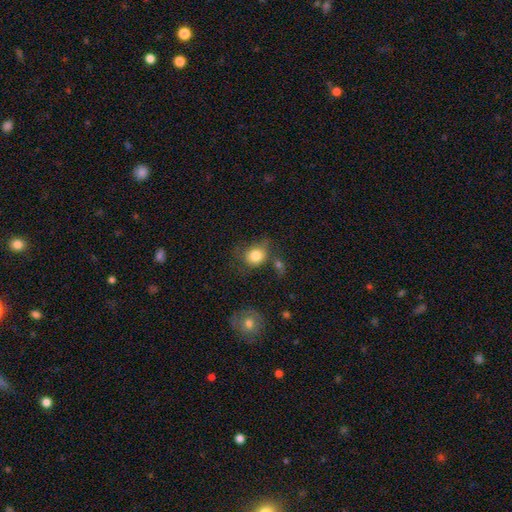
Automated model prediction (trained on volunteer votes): Smooth or featured?
  - smooth: 82% *
  - featured or disk: 9%
  - star or artifact: 9%
How rounded?
  - round: 66% *
  - in between: 33%
  - cigar-shaped: 1%
Merging?
  - none: 52% *
  - minor disturbance: 23%
  - major disturbance: 12%
  - merger: 12%